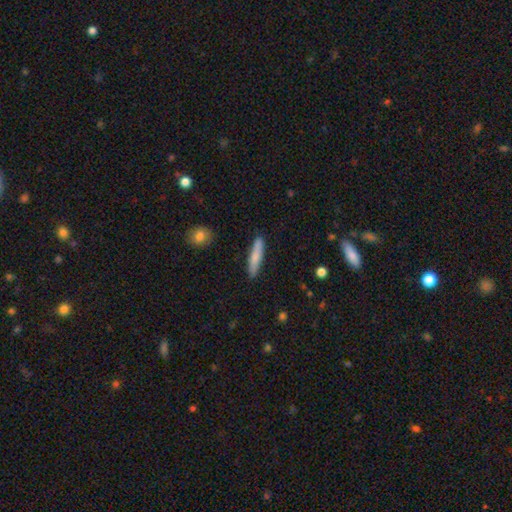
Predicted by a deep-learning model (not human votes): Overall: smooth (77%). How rounded: cigar-shaped (87%). Merging: none (87%).